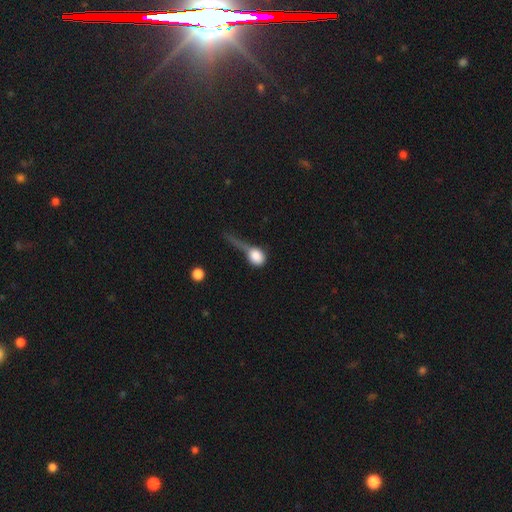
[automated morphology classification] Q: Smooth or featured?
A: smooth (75%); runner-up: featured or disk (16%)
Q: How rounded?
A: round (58%); runner-up: in between (37%)
Q: Merging?
A: major disturbance (46%); runner-up: minor disturbance (21%)